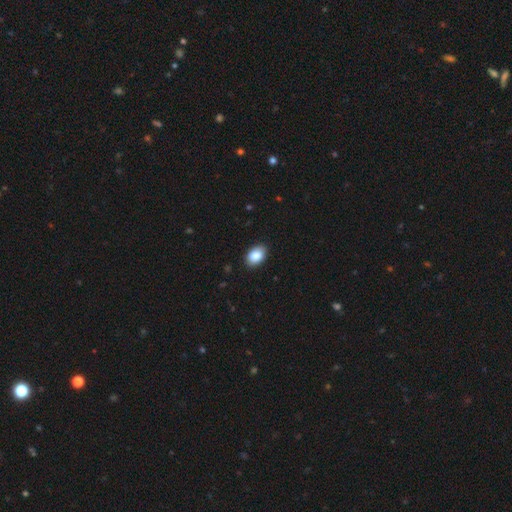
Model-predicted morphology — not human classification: Overall: smooth (87%). How rounded: in between (87%). Merging: none (90%).